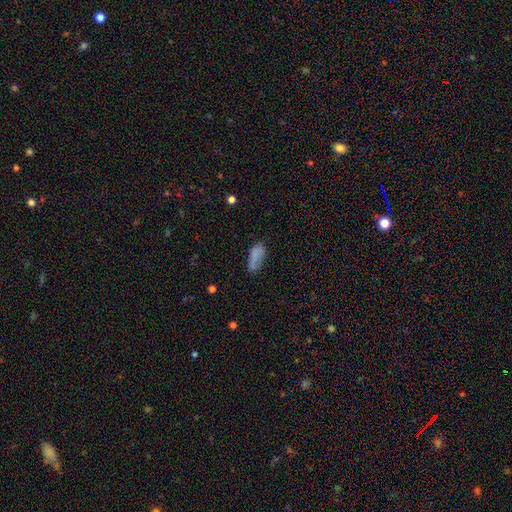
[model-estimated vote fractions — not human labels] Smooth or featured: smooth — 76% (featured or disk — 14%)
How rounded: in between — 87% (cigar-shaped — 10%)
Merging: none — 56% (minor disturbance — 28%)